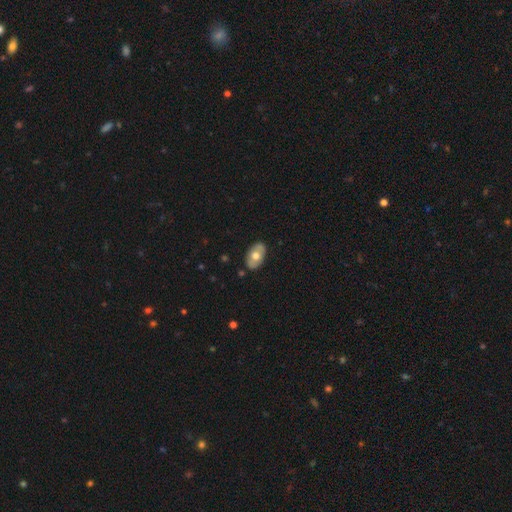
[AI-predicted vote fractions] smooth 57%, featured or disk 38%, star or artifact 6%. Down the decision tree: how rounded — in between (89%); merging — none (84%).